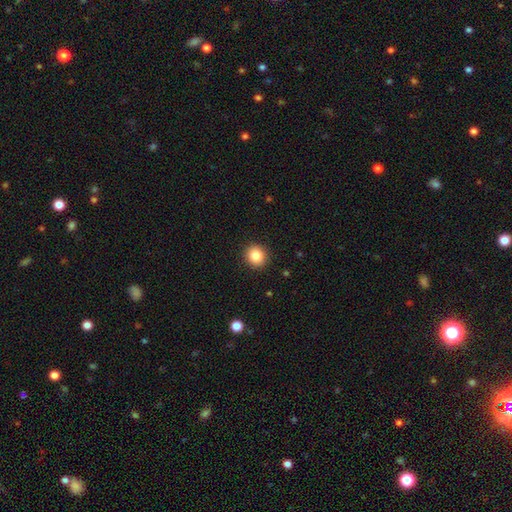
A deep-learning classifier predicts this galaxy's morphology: This is clearly a smooth galaxy (85%). How rounded: clearly round (88%). Merging: clearly none (92%).